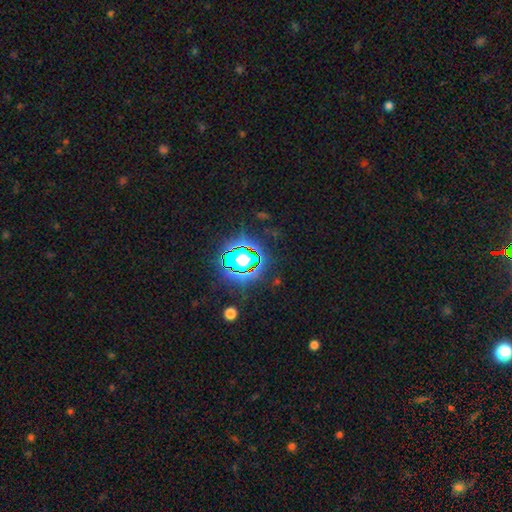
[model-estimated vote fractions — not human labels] The model was most divided on "smooth or featured": star or artifact: 77%, smooth: 14%, featured or disk: 10%.